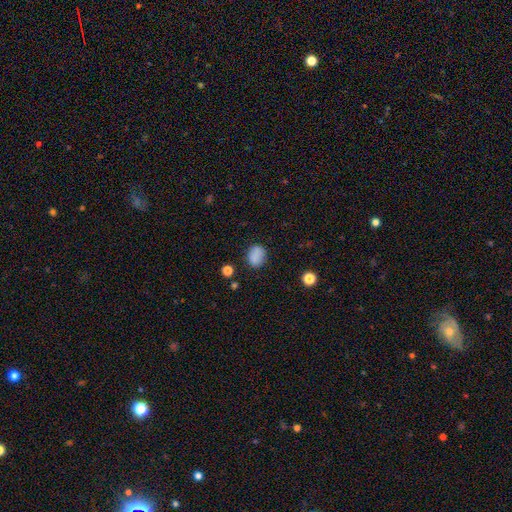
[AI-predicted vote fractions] Smooth or featured? smooth (85%)
How rounded? in between (54%)
Merging? none (81%)